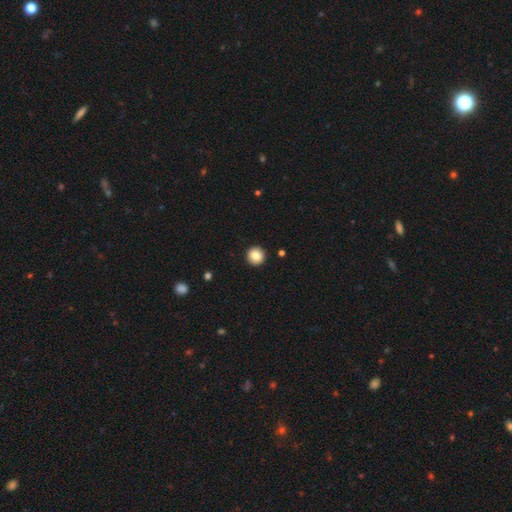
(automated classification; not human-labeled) Q: Smooth or featured?
A: smooth (85%); runner-up: star or artifact (9%)
Q: How rounded?
A: round (95%); runner-up: in between (4%)
Q: Merging?
A: none (93%); runner-up: minor disturbance (4%)